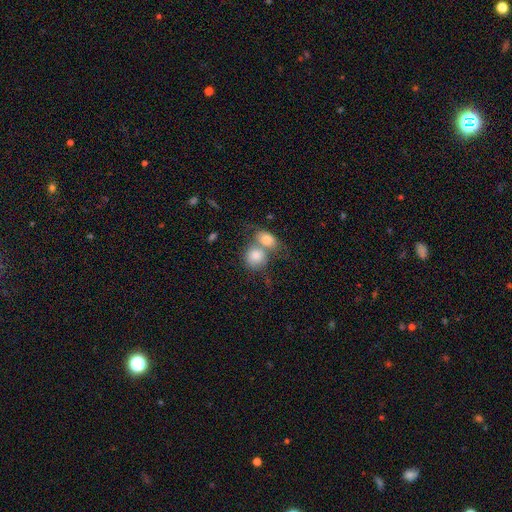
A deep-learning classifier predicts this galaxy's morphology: The model was most divided on "how rounded": round: 64%, in between: 34%, cigar-shaped: 1%. More confident: smooth or featured — smooth (80%); merging — merger (65%).